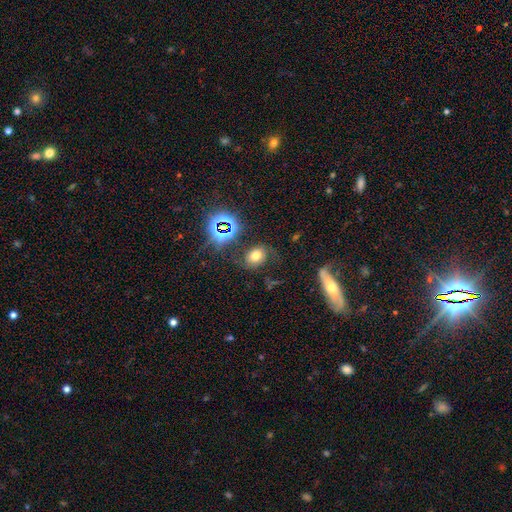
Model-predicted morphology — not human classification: Overall: smooth (58%; star or artifact 24%). How rounded: in between (63%; round 36%). Merging: none (66%).